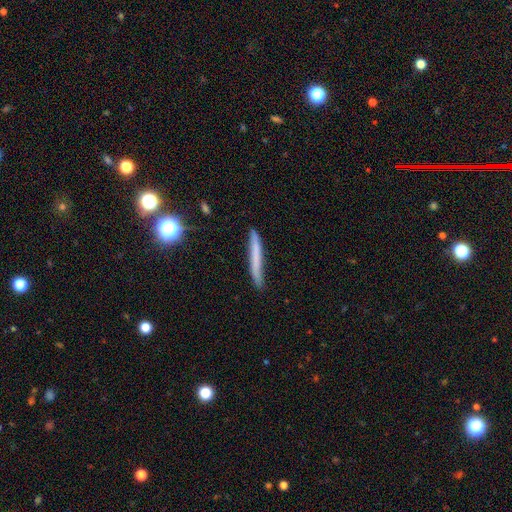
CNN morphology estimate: A smooth galaxy with no disk features (57%) that is cigar-shaped (96%). Merging: none (80%).